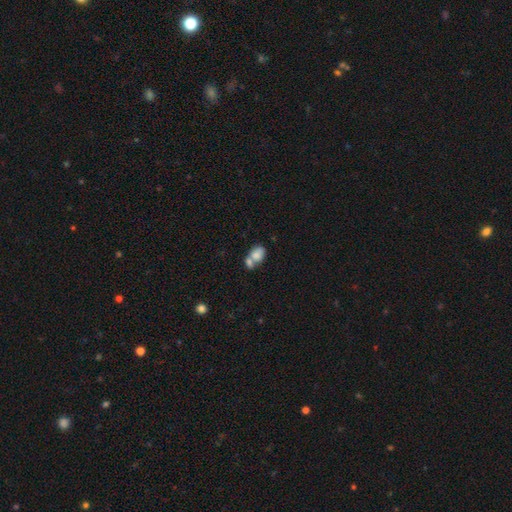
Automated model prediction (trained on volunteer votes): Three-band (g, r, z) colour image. It shows a smooth galaxy with no disk features (72%) that is in between round and cigar-shaped (78%). Merging: merger (60%).